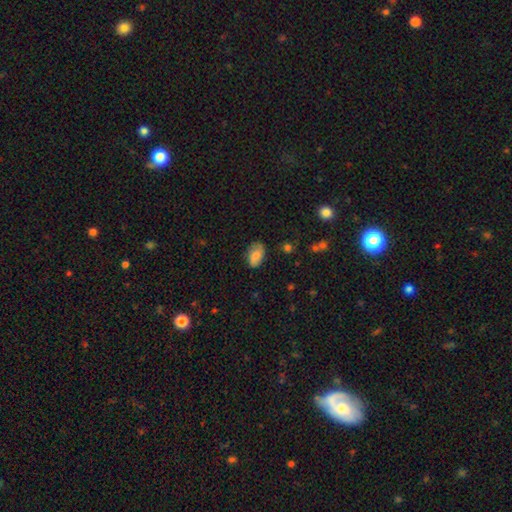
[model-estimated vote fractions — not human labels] Overall: smooth (70%). How rounded: in between (89%). Merging: none (74%).